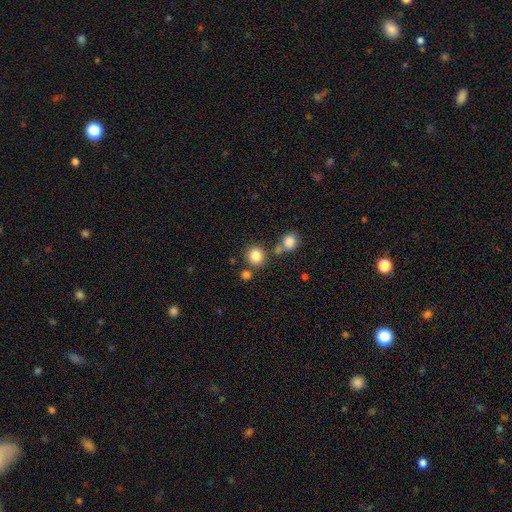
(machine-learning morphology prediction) type=smooth (84%); roundness=round (83%); merging=none (73%).